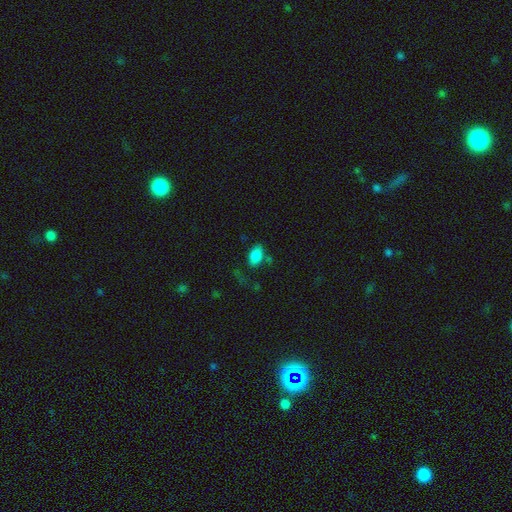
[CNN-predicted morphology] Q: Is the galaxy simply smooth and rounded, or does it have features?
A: smooth — 85%.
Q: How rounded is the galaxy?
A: in between — 92%.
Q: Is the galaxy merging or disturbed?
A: none — 69%.